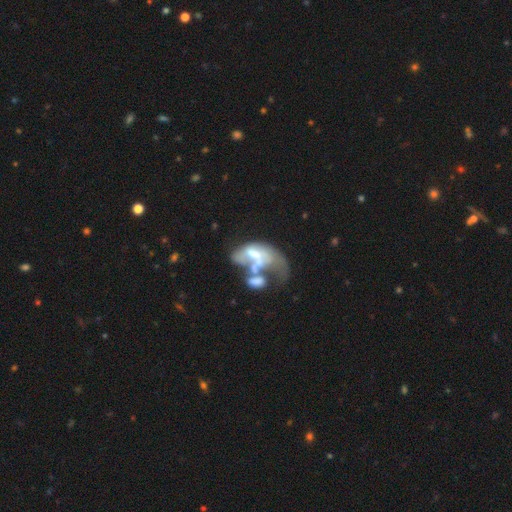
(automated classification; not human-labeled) Overall: featured or disk (56%; smooth 33%). Edge-on disk: no (96%). Bar: no (74%). Spiral arms: no (82%). Bulge size: none (38%; moderate 29%). Merging: merger (50%; major disturbance 34%).